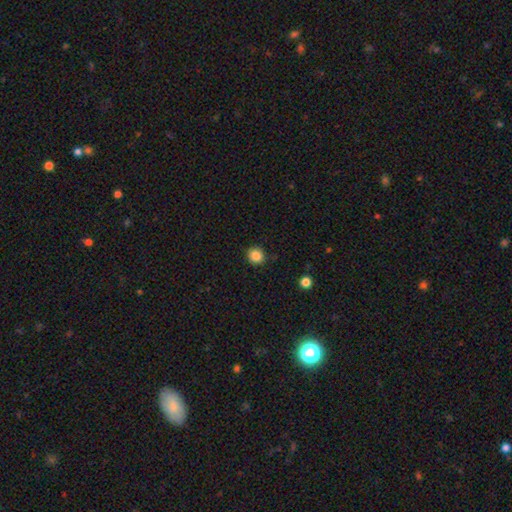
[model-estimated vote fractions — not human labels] Smooth or featured? Predicted: smooth (p=0.86). How rounded? Predicted: round (p=0.87). Merging? Predicted: none (p=0.88).